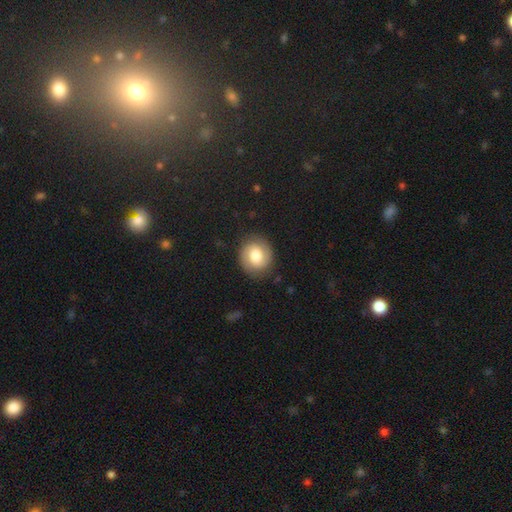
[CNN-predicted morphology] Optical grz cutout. It shows a smooth galaxy with no disk features (49%). Merging: none (84%).